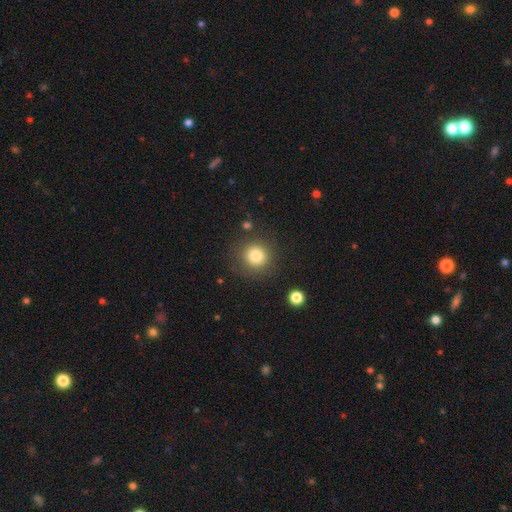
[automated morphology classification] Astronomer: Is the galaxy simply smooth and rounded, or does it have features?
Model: smooth — 81%.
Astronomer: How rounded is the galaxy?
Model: round — 92%.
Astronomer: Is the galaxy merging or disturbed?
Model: none — 84%.